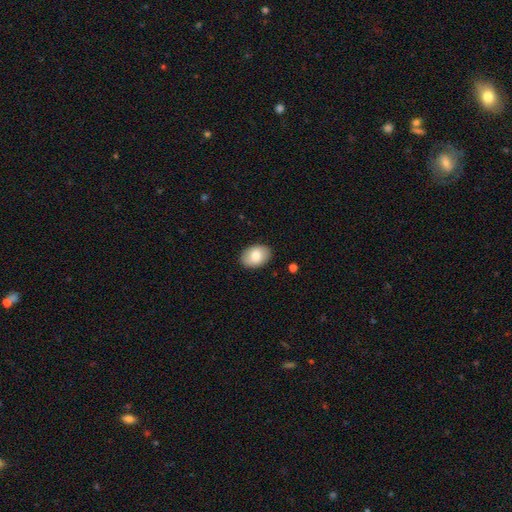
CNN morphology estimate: Smooth or featured: smooth — 81% (featured or disk — 13%)
How rounded: in between — 83% (round — 16%)
Merging: none — 89% (minor disturbance — 8%)